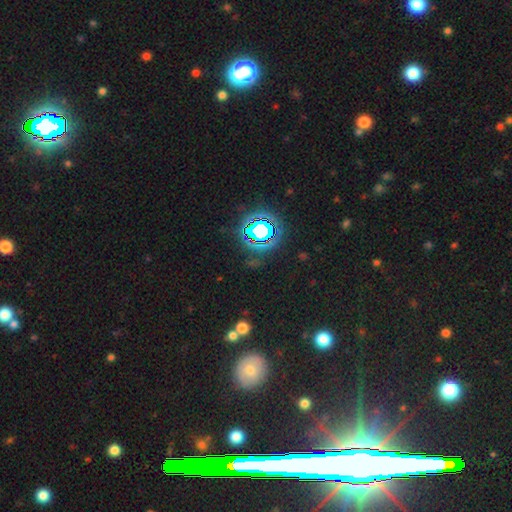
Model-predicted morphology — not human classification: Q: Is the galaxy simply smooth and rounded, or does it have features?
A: star or artifact — 76%.